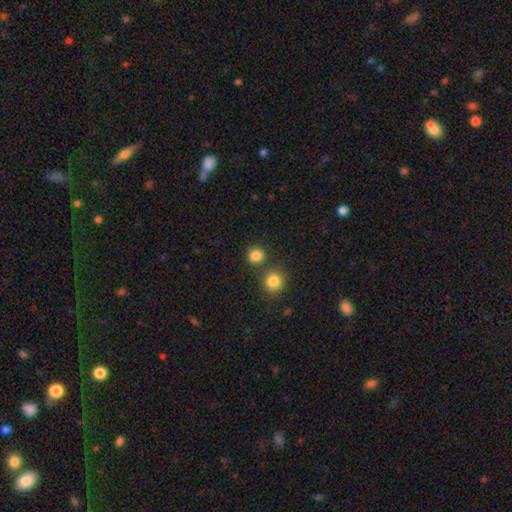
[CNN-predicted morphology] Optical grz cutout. It shows a smooth galaxy with no disk features (84%) that is round (86%). Merging: none (75%).